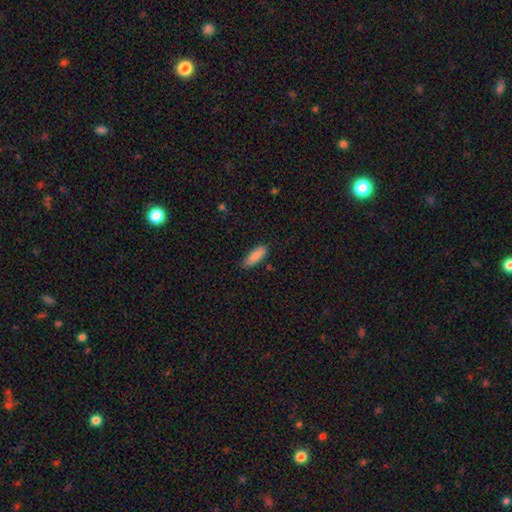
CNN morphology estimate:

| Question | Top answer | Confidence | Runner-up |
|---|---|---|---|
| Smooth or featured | smooth | 86% | featured or disk (7%) |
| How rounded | in between | 68% | cigar-shaped (30%) |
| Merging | none | 73% | minor disturbance (22%) |